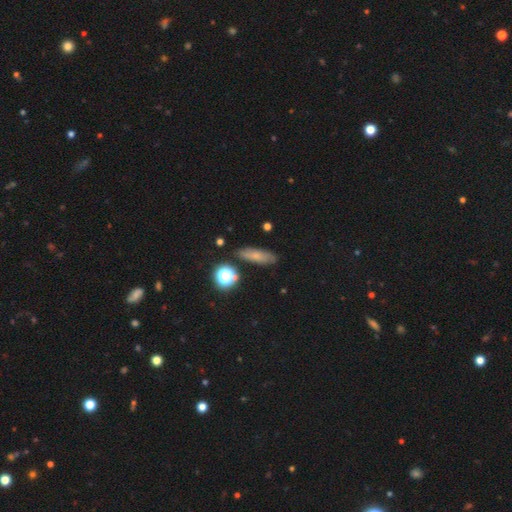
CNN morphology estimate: A smooth galaxy with no disk features (68%) that is in between round and cigar-shaped (49%).

Vote fractions:
- Smooth or featured? smooth: 68% / featured or disk: 17% / star or artifact: 16%
- How rounded? in between: 49% / cigar-shaped: 41% / round: 9%
- Merging? none: 82% / minor disturbance: 12% / merger: 3% / major disturbance: 3%